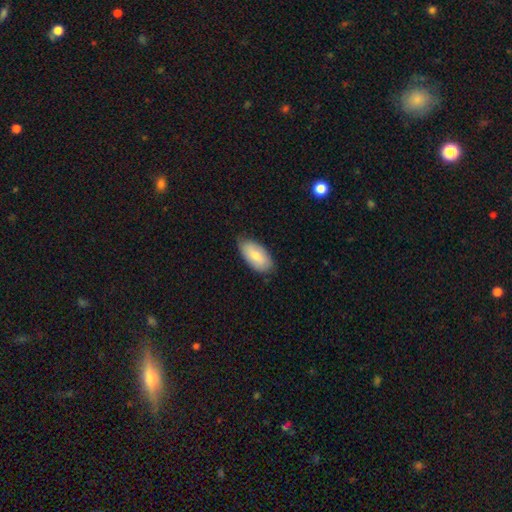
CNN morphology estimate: Smooth or featured? Predicted: smooth (p=0.77). How rounded? Predicted: in between (p=0.94). Merging? Predicted: none (p=0.76).